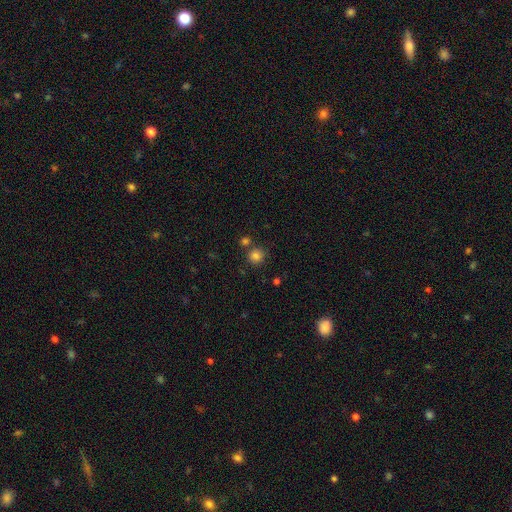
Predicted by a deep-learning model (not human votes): This is clearly a smooth galaxy (82%). How rounded: clearly round (89%). Merging: likely none (74%).